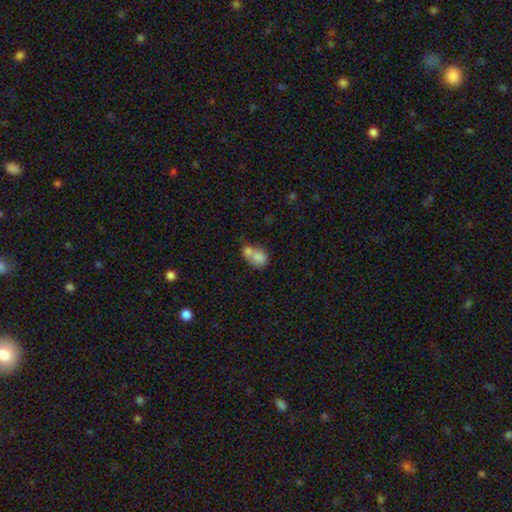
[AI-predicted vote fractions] Smooth or featured? Predicted: smooth (p=0.76). How rounded? Predicted: round (p=0.51). Merging? Predicted: merger (p=0.68).